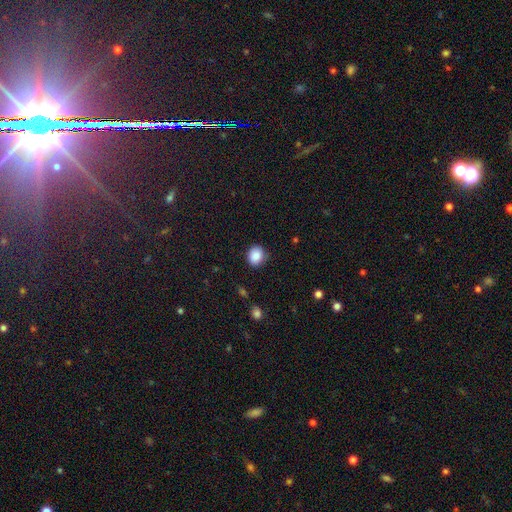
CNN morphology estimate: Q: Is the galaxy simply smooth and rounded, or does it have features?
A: smooth — 87%.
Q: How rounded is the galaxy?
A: round — 74%.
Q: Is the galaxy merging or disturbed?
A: none — 84%.